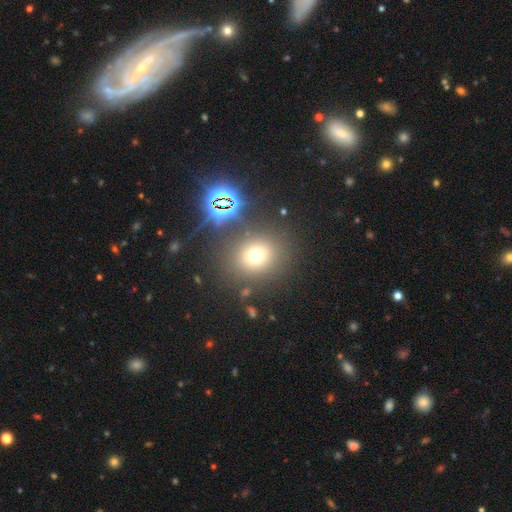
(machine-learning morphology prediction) smooth 66%, star or artifact 24%, featured or disk 10%. Down the decision tree: how rounded — round (78%); merging — none (80%).